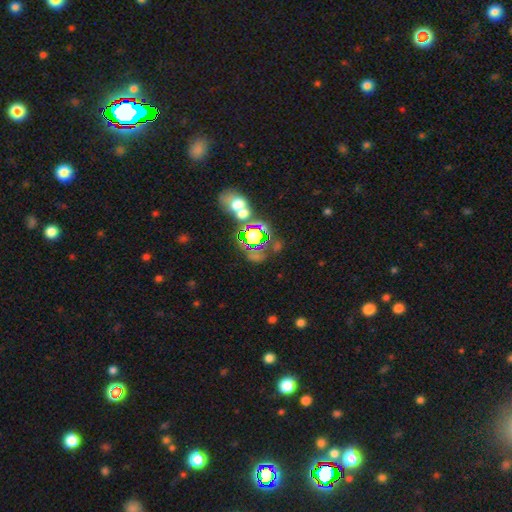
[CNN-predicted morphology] The model was most divided on "smooth or featured": star or artifact: 61%, smooth: 25%, featured or disk: 13%.